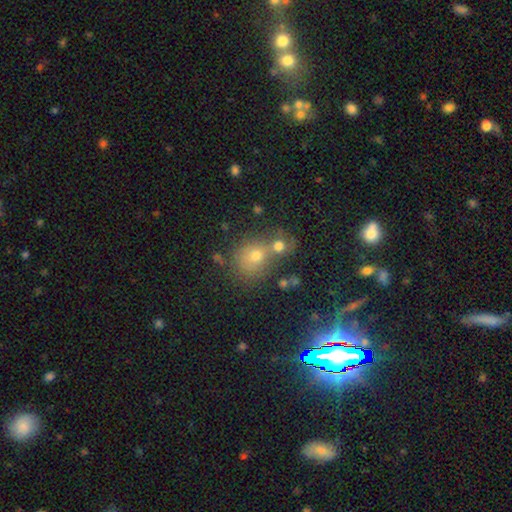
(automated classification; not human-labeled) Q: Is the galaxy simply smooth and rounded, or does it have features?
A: smooth — 56%.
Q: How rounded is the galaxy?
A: round — 77%.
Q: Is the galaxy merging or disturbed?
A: none — 52%.